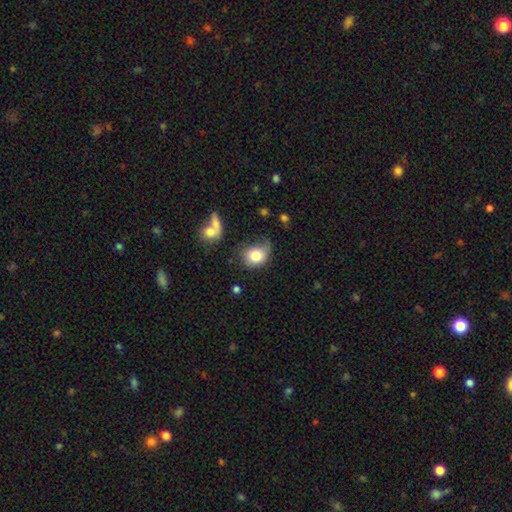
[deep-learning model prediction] This appears to be a smooth galaxy with no disk features (79%) that is round (53%). Merging: none (43%).